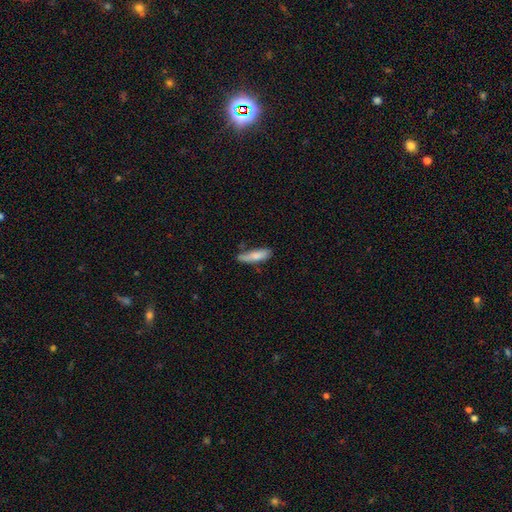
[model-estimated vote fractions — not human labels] This is likely a smooth galaxy (77%). How rounded: likely cigar-shaped (63%). Merging: possibly none (59%).